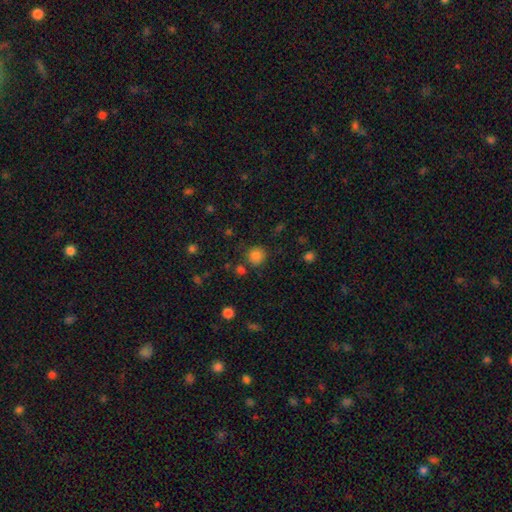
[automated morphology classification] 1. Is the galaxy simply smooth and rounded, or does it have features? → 83% smooth, 13% star or artifact, 4% featured or disk.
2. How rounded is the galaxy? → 87% round, 12% in between, 1% cigar-shaped.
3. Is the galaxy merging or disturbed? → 79% none, 11% minor disturbance, 6% merger, 4% major disturbance.